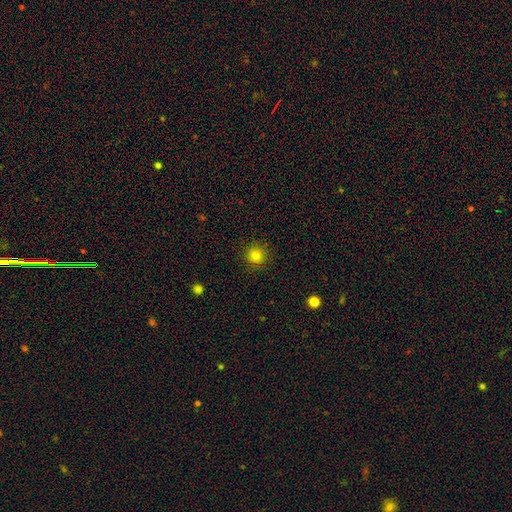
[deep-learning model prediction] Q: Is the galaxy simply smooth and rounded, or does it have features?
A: smooth — 81%.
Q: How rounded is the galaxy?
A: round — 95%.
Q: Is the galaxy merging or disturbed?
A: none — 91%.